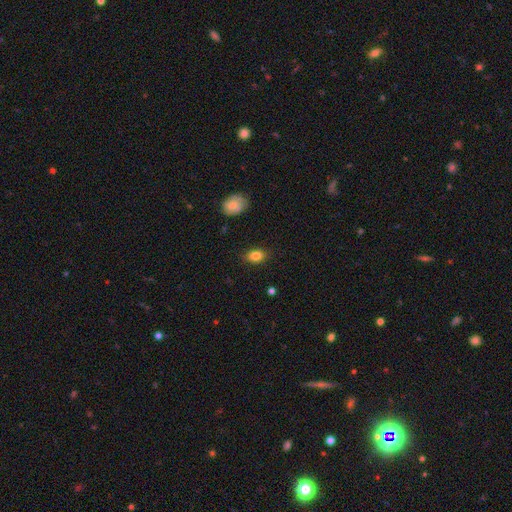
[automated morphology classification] Smooth or featured?
  - smooth: 85% *
  - star or artifact: 9%
  - featured or disk: 6%
How rounded?
  - in between: 82% *
  - round: 16%
  - cigar-shaped: 2%
Merging?
  - none: 85% *
  - minor disturbance: 11%
  - major disturbance: 3%
  - merger: 1%